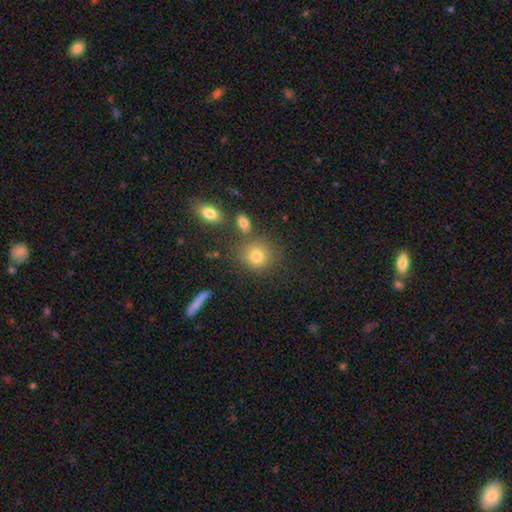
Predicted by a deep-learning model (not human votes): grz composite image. It shows a smooth galaxy with no disk features (78%) that is round (83%). Merging: none (73%).